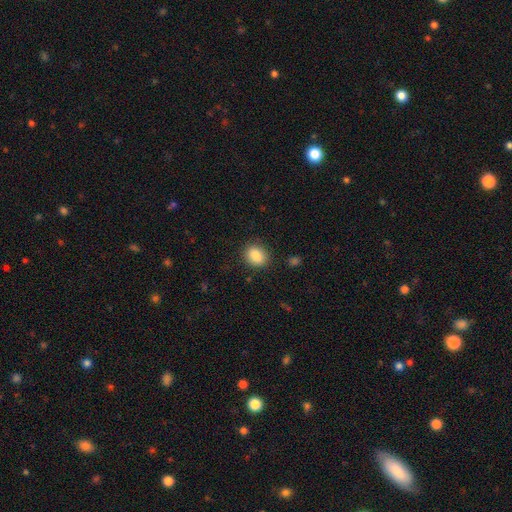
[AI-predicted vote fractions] smooth-or-featured: smooth: 86% | star or artifact: 9% | featured or disk: 5%
  how-rounded: round: 55% | in between: 44% | cigar-shaped: 1%
  merging: none: 86% | minor disturbance: 9% | major disturbance: 3% | merger: 1%